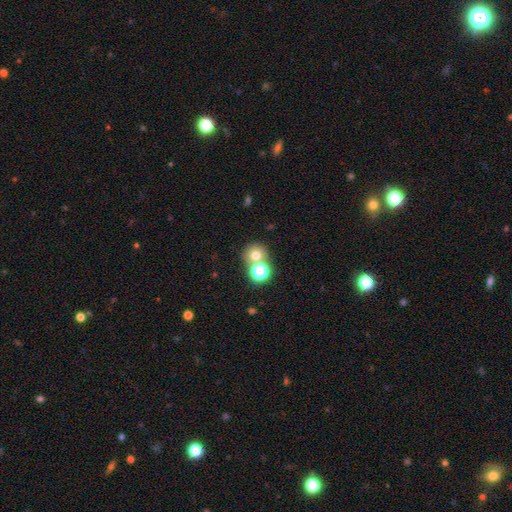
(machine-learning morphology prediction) The model was most divided on "merging": none: 55%, merger: 35%, minor disturbance: 7%, major disturbance: 4%. More confident: how rounded — round (84%); smooth or featured — smooth (69%).